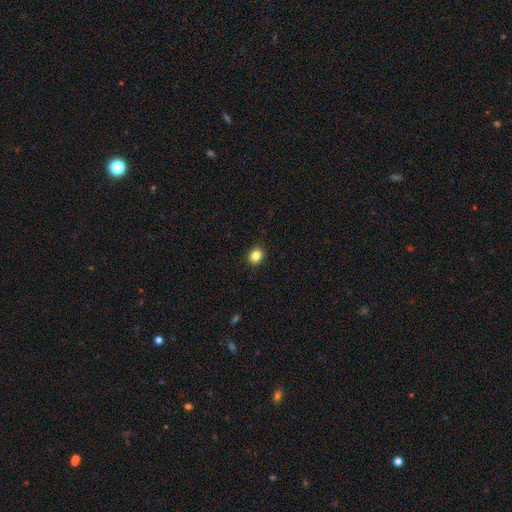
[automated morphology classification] Q: Smooth or featured?
A: smooth (85%); runner-up: star or artifact (11%)
Q: How rounded?
A: round (70%); runner-up: in between (30%)
Q: Merging?
A: none (91%); runner-up: minor disturbance (7%)